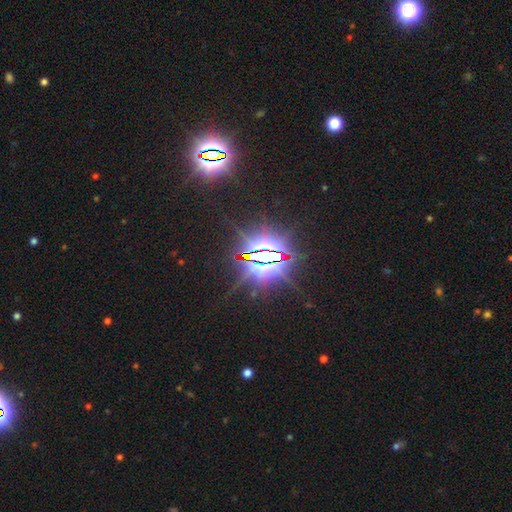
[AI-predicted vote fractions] Smooth or featured? star or artifact (87%)